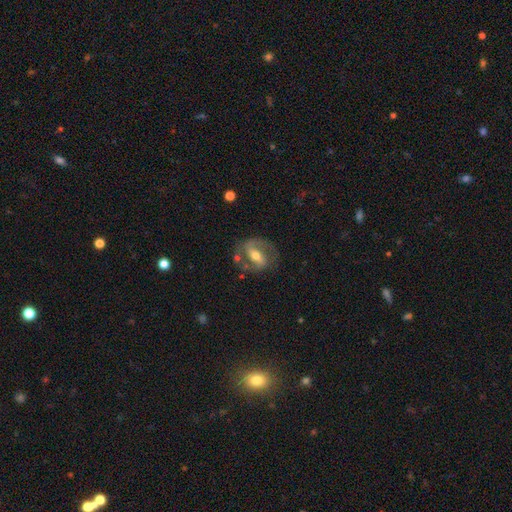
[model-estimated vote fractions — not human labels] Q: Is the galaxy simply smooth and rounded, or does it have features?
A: featured or disk — 77%.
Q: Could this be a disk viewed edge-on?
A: no — 95%.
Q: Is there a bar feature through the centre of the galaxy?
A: strong — 52%.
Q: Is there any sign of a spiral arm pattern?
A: yes — 85%.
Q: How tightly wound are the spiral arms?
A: medium — 51%.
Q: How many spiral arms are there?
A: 2 — 86%.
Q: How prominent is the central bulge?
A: moderate — 65%.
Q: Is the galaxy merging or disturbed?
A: none — 70%.